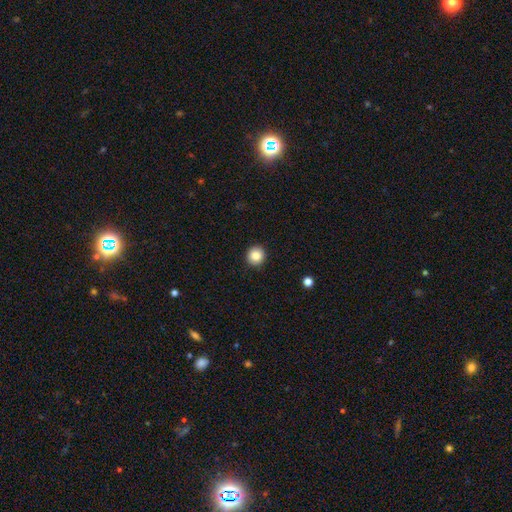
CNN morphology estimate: A smooth galaxy with no disk features (86%) that is round (92%). Merging: none (92%).